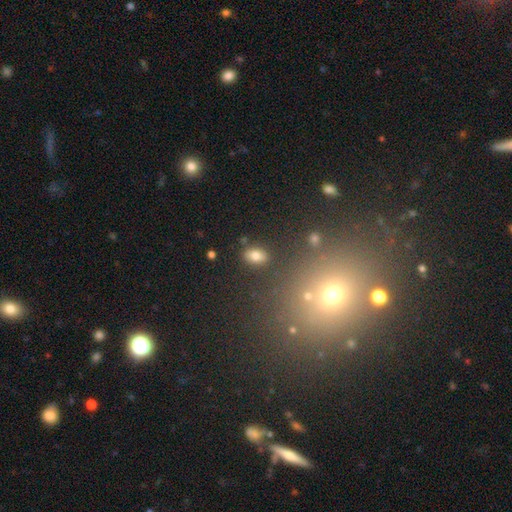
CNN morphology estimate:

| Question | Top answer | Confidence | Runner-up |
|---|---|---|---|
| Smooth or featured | smooth | 79% | star or artifact (12%) |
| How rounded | in between | 83% | round (15%) |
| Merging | none | 83% | minor disturbance (10%) |